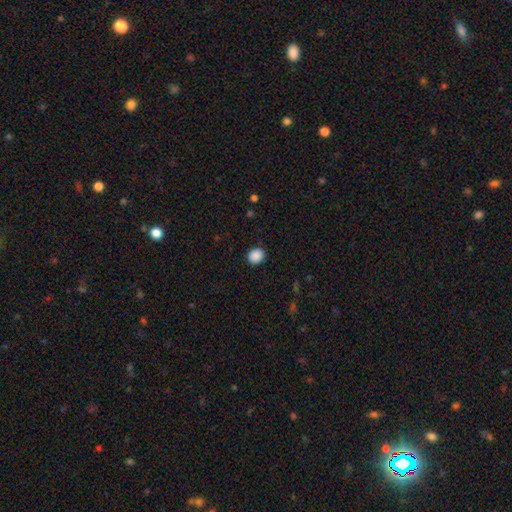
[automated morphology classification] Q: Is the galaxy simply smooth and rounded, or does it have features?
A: smooth — 89%.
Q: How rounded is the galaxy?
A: round — 76%.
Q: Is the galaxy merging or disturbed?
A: none — 90%.